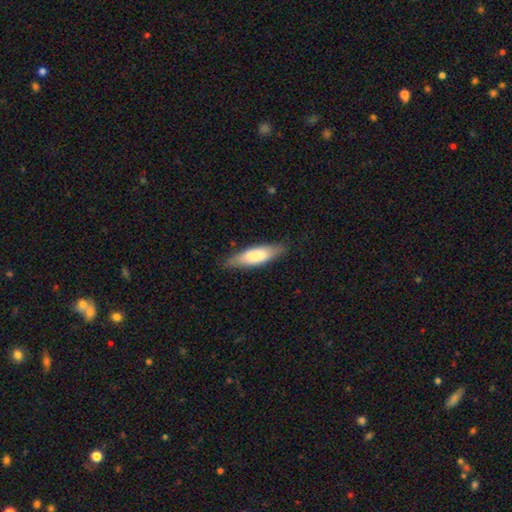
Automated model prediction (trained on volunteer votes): This is likely a smooth galaxy (71%). How rounded: possibly cigar-shaped (51%). Merging: likely none (78%).